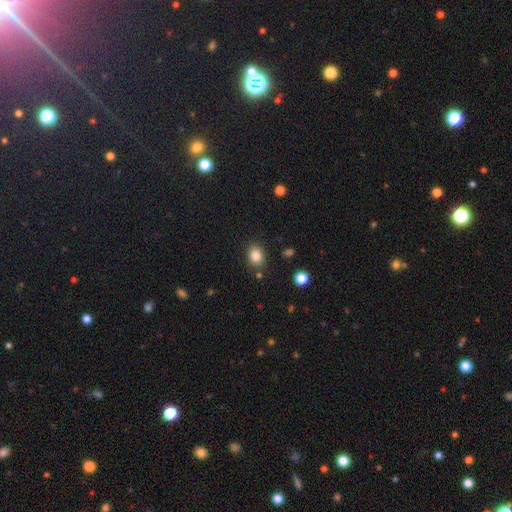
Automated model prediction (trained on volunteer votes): The model was most divided on "how rounded": in between: 51%, round: 48%, cigar-shaped: 1%. More confident: merging — none (84%); smooth or featured — smooth (84%).